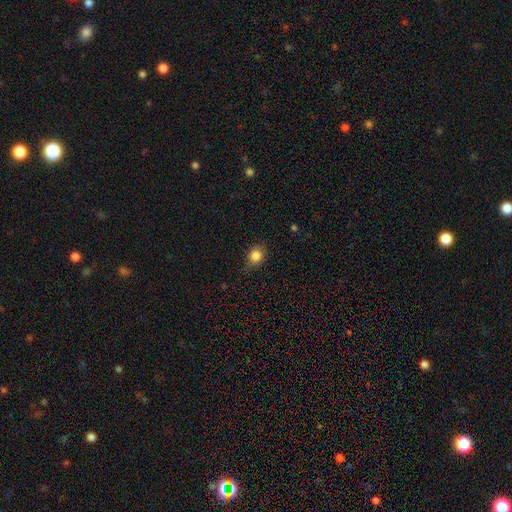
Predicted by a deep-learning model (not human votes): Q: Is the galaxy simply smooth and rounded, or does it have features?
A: smooth — 82%.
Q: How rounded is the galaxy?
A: round — 59%.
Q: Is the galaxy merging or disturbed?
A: none — 71%.